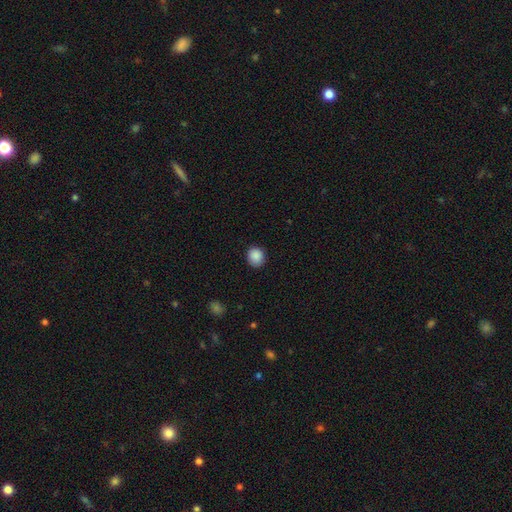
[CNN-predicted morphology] Q: Smooth or featured?
A: smooth (89%); runner-up: star or artifact (9%)
Q: How rounded?
A: round (80%); runner-up: in between (19%)
Q: Merging?
A: none (87%); runner-up: minor disturbance (9%)